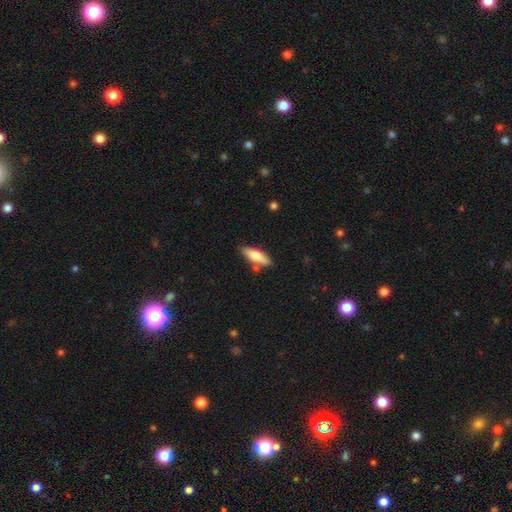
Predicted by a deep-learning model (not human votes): Overall: smooth (67%; featured or disk 27%). How rounded: in between (49%, tied with cigar-shaped). Merging: none (77%).